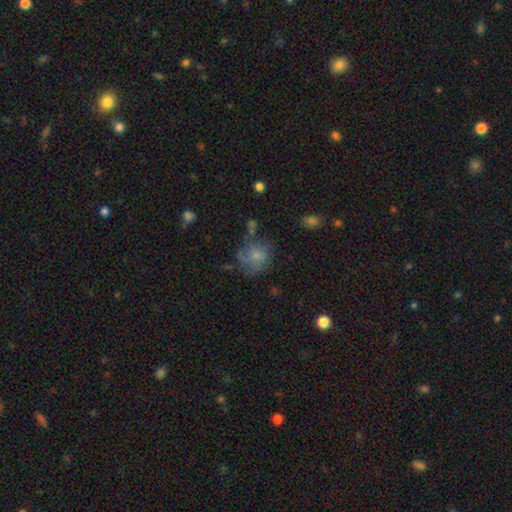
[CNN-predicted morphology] A smooth galaxy with no disk features (63%) that is round (71%). Merging: none (46%).